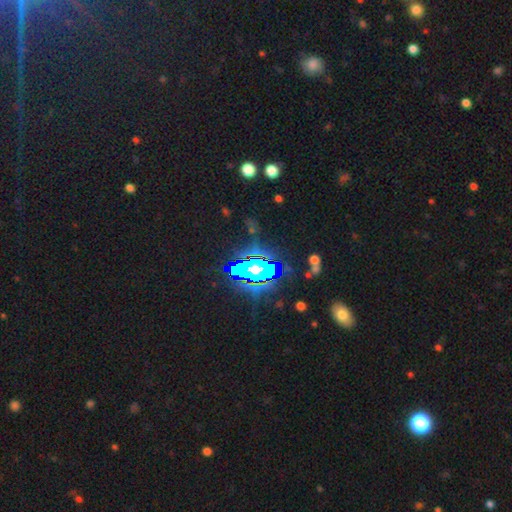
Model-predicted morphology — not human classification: smooth-or-featured: star or artifact: 80% | smooth: 12% | featured or disk: 8%